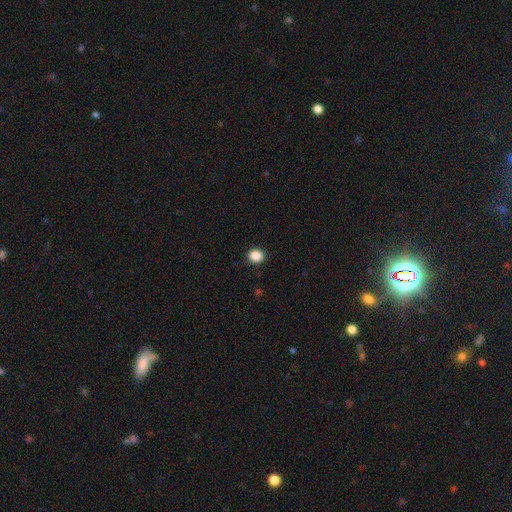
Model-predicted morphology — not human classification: smooth-or-featured: smooth: 87% | star or artifact: 10% | featured or disk: 3%
  how-rounded: round: 75% | in between: 24% | cigar-shaped: 1%
  merging: none: 90% | minor disturbance: 7% | major disturbance: 2% | merger: 1%